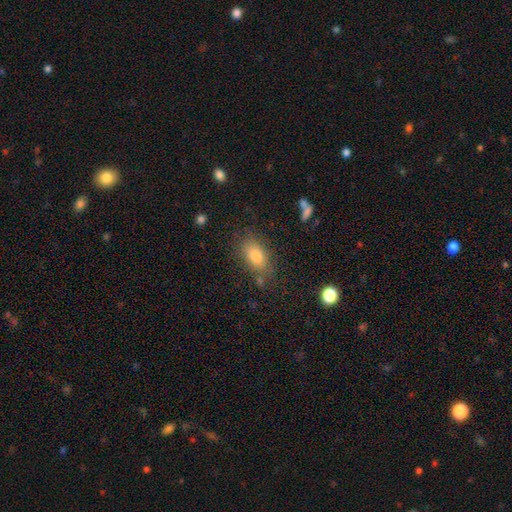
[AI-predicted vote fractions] Smooth or featured? smooth (80%)
How rounded? in between (86%)
Merging? none (75%)